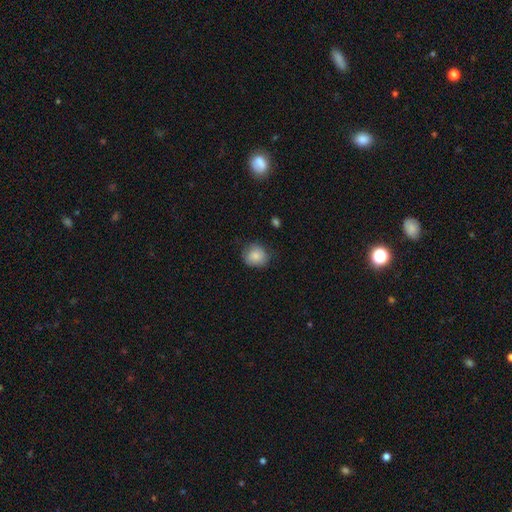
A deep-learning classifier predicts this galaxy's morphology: type=smooth (83%); roundness=round (83%); merging=none (73%).